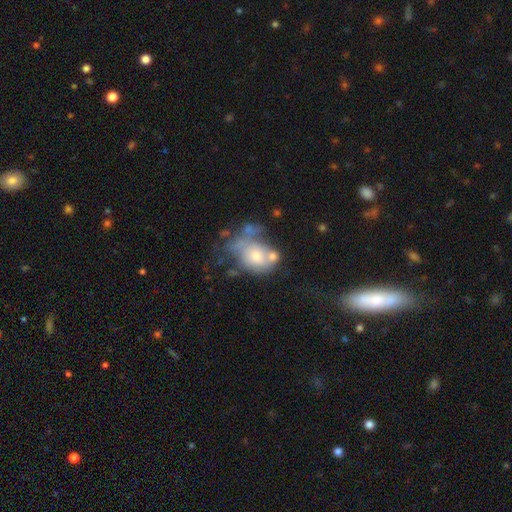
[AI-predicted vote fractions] Q: Smooth or featured?
A: smooth (53%); runner-up: featured or disk (38%)
Q: How rounded?
A: in between (58%); runner-up: round (41%)
Q: Merging?
A: merger (32%); runner-up: major disturbance (25%)